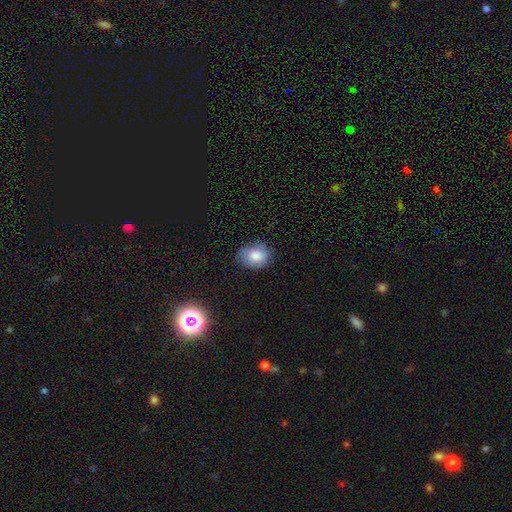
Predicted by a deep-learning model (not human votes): smooth_or_featured: smooth (p=0.82) [alt: featured or disk p=0.10]
how_rounded: in between (p=0.54) [alt: round p=0.45]
merging: none (p=0.68) [alt: minor disturbance p=0.25]